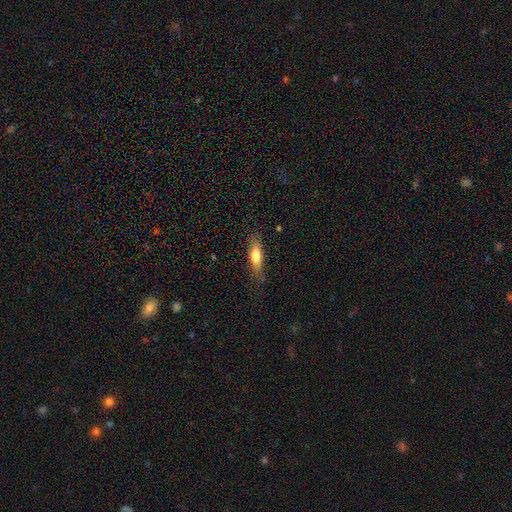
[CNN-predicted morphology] Q: Smooth or featured?
A: smooth (68%); runner-up: featured or disk (26%)
Q: How rounded?
A: cigar-shaped (59%); runner-up: in between (38%)
Q: Merging?
A: none (73%); runner-up: minor disturbance (20%)